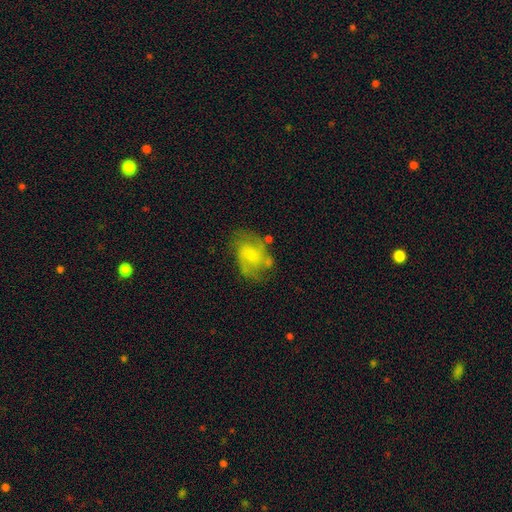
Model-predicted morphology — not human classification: featured or disk 59%, smooth 33%, star or artifact 7%. Down the decision tree: edge-on disk — no (97%); bar — no (54%); spiral arms — yes (80%); bulge size — small (55%); merging — none (55%).